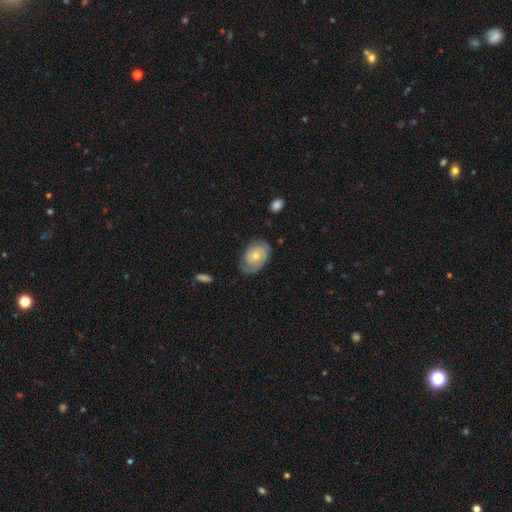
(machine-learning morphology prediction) featured or disk 52%, smooth 41%, star or artifact 7%. Down the decision tree: edge-on disk — no (95%); merging — none (66%).